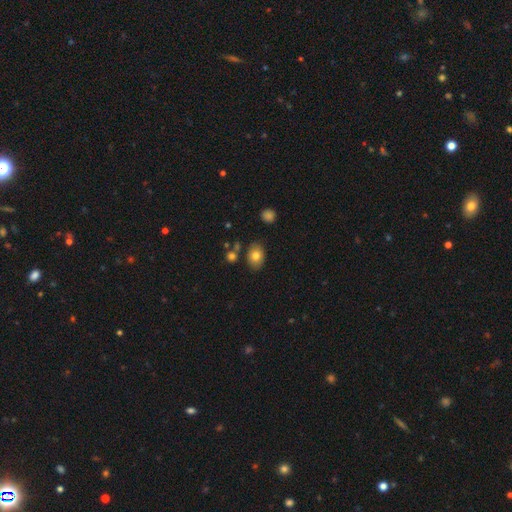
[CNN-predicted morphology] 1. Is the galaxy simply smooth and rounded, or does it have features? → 78% smooth, 13% featured or disk, 9% star or artifact.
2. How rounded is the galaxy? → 77% in between, 22% round, 1% cigar-shaped.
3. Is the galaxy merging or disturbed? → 80% none, 11% minor disturbance, 6% merger, 3% major disturbance.